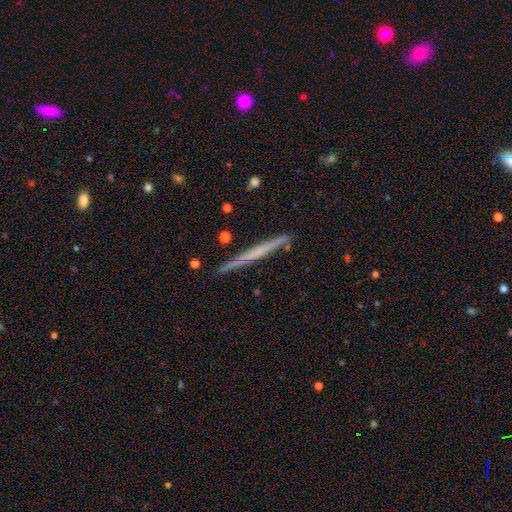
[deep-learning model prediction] Q: Smooth or featured?
A: featured or disk (57%); runner-up: smooth (35%)
Q: Edge-on disk?
A: yes (97%); runner-up: no (3%)
Q: Edge-on bulge?
A: none (77%); runner-up: rounded (17%)
Q: Merging?
A: none (89%); runner-up: minor disturbance (8%)